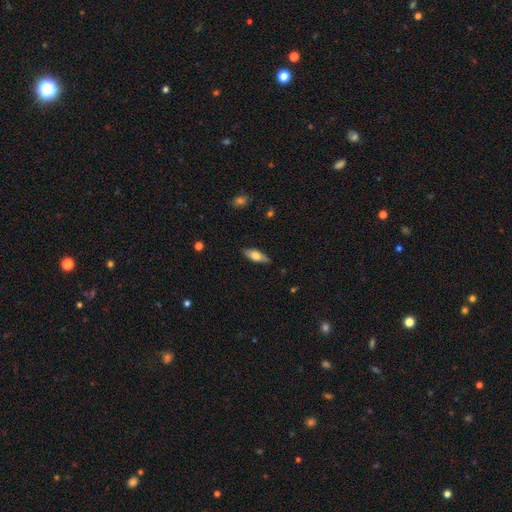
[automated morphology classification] Q: Smooth or featured?
A: smooth (59%); runner-up: featured or disk (35%)
Q: How rounded?
A: in between (66%); runner-up: cigar-shaped (31%)
Q: Merging?
A: none (85%); runner-up: minor disturbance (12%)